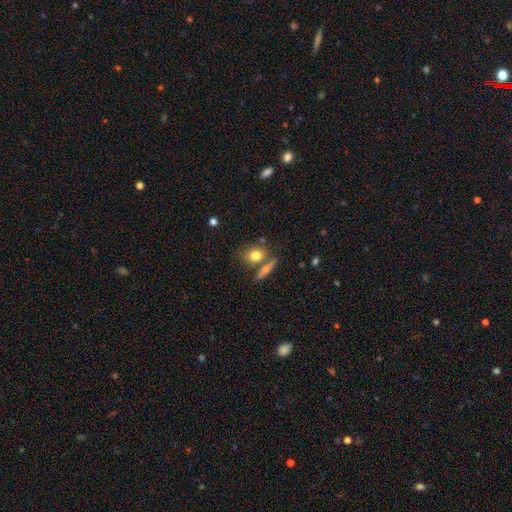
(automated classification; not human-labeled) Smooth or featured? Predicted: smooth (p=0.80). How rounded? Predicted: in between (p=0.48). Merging? Predicted: none (p=0.59).